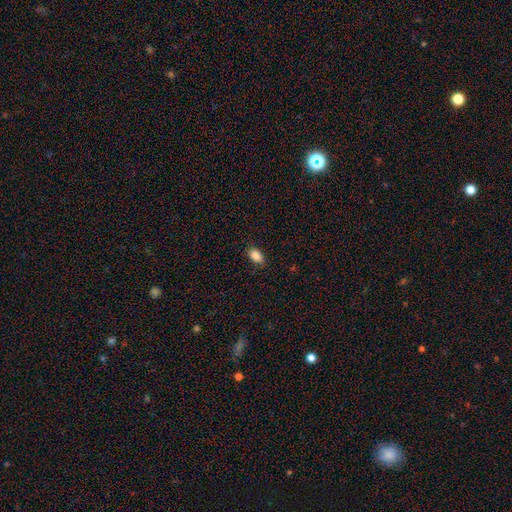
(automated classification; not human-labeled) Morphology: type=smooth (86%); roundness=in between (90%); merging=none (86%).